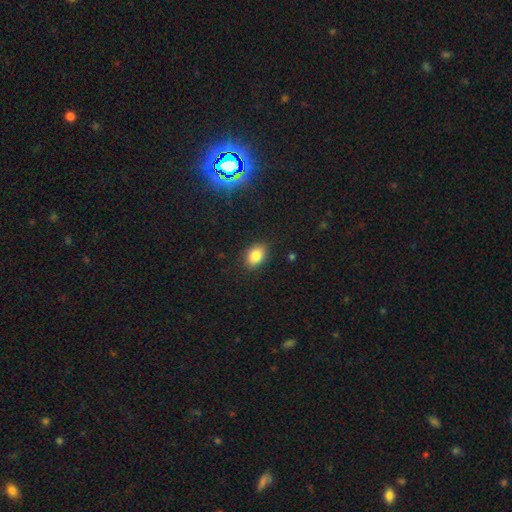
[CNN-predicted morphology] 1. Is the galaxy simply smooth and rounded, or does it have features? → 84% smooth, 9% star or artifact, 6% featured or disk.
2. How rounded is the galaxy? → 80% in between, 19% round, 1% cigar-shaped.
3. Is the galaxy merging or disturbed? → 85% none, 11% minor disturbance, 3% major disturbance, 1% merger.